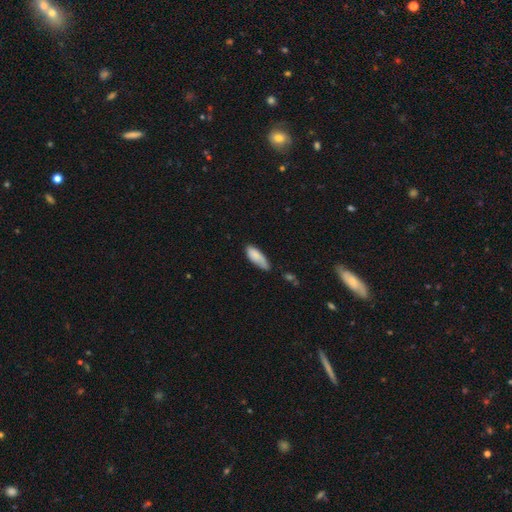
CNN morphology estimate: Overall: smooth (83%). How rounded: in between (72%). Merging: none (50%; minor disturbance 38%).